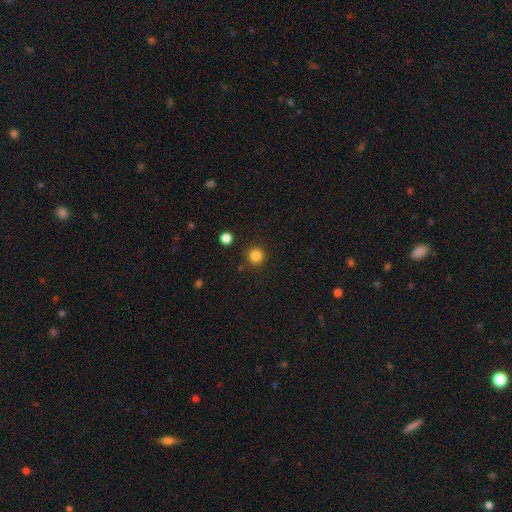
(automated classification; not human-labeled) Overall: smooth (84%). How rounded: round (95%). Merging: none (91%).